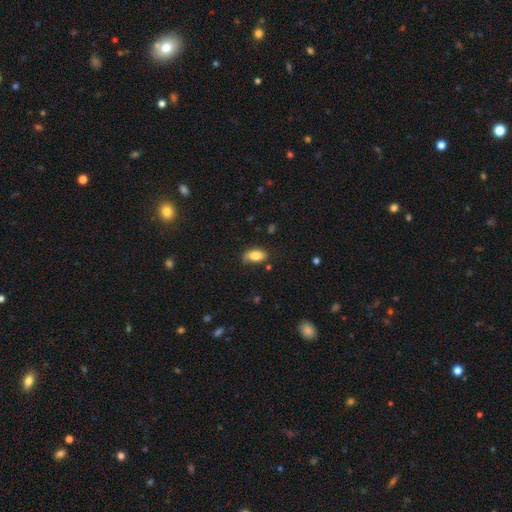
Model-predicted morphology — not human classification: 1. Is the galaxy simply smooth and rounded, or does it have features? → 81% smooth, 12% featured or disk, 7% star or artifact.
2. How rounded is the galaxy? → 90% in between, 5% cigar-shaped, 5% round.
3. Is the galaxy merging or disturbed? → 67% none, 25% minor disturbance, 6% major disturbance, 2% merger.